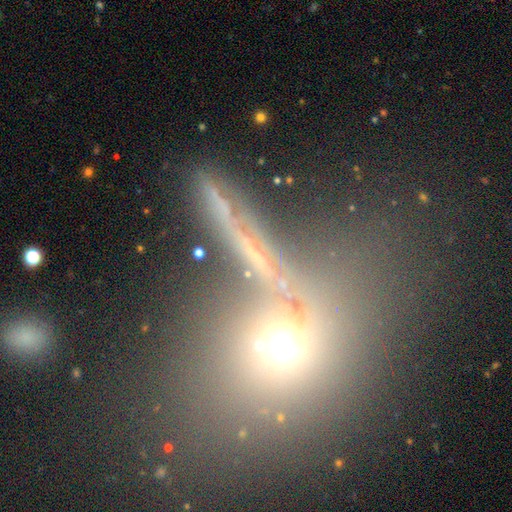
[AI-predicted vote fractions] Q: Smooth or featured?
A: smooth (40%); runner-up: featured or disk (31%)
Q: Merging?
A: none (62%); runner-up: merger (15%)